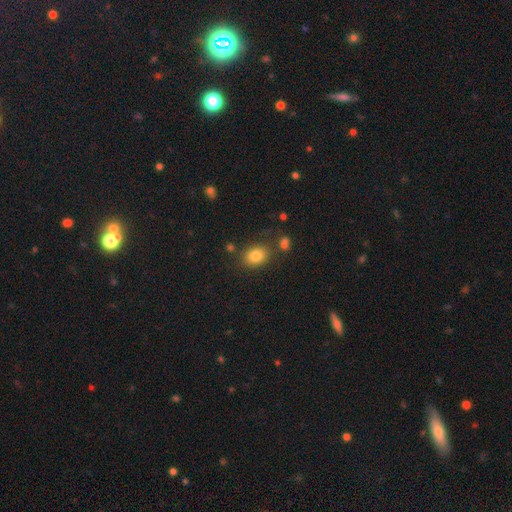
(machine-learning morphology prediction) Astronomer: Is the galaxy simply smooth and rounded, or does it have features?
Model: smooth — 82%.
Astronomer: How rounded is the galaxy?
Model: in between — 61% (runner-up: round, 38%).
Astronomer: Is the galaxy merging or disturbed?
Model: none — 77%.